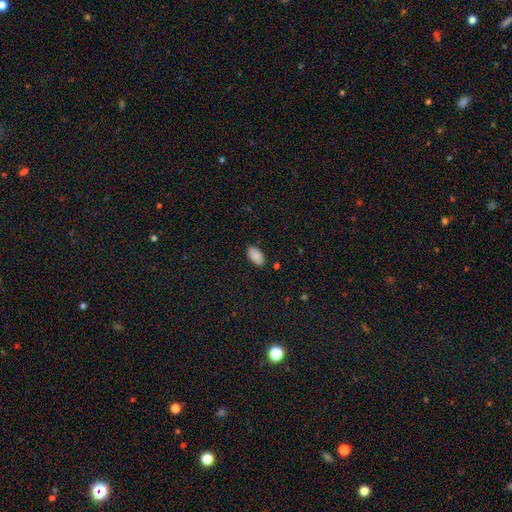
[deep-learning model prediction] smooth 88%, star or artifact 8%, featured or disk 4%. Down the decision tree: how rounded — in between (95%); merging — none (86%).